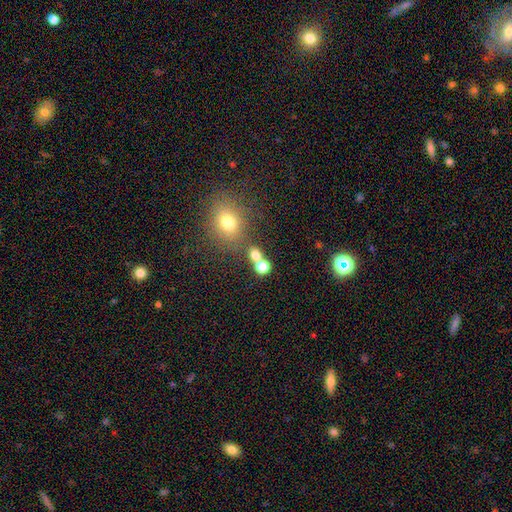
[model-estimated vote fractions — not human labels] smooth_or_featured: smooth (p=0.72) [alt: star or artifact p=0.18]
how_rounded: round (p=0.73) [alt: in between p=0.25]
merging: none (p=0.52) [alt: merger p=0.35]